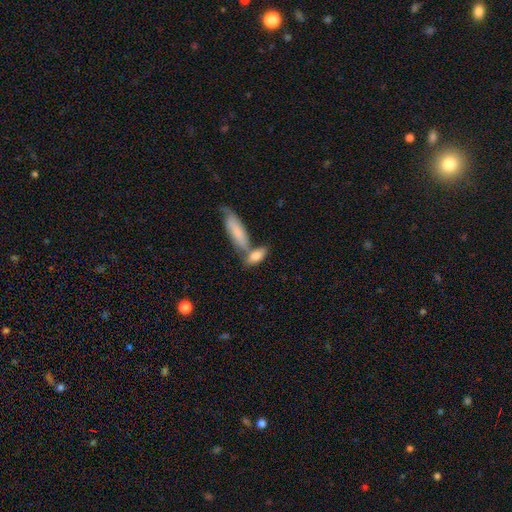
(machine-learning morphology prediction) Smooth or featured? Predicted: smooth (p=0.77). How rounded? Predicted: in between (p=0.69). Merging? Predicted: merger (p=0.43).